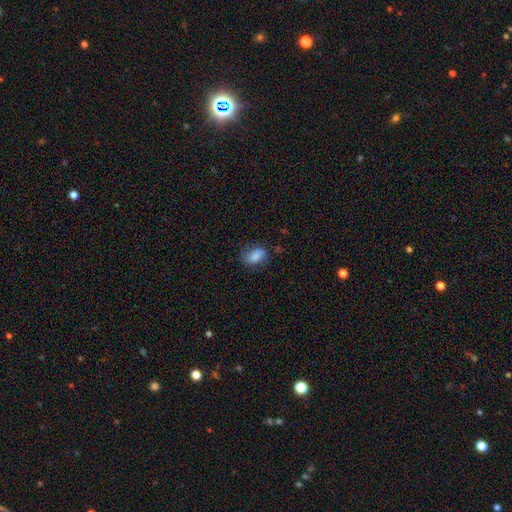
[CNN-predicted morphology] The model was most divided on "merging": none: 65%, minor disturbance: 25%, major disturbance: 9%, merger: 2%. More confident: how rounded — in between (84%); smooth or featured — smooth (75%).